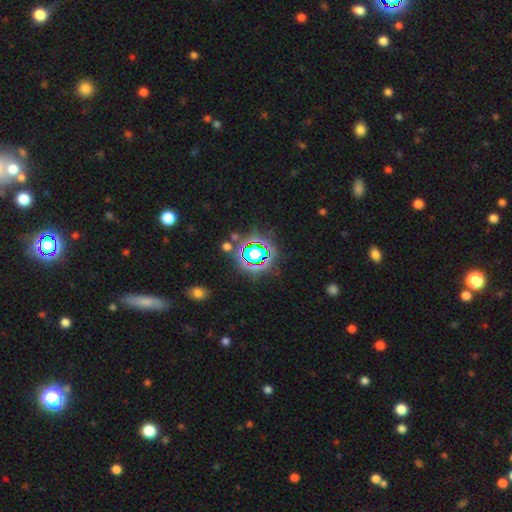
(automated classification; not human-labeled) smooth_or_featured: star or artifact (p=0.66) [alt: smooth p=0.21]